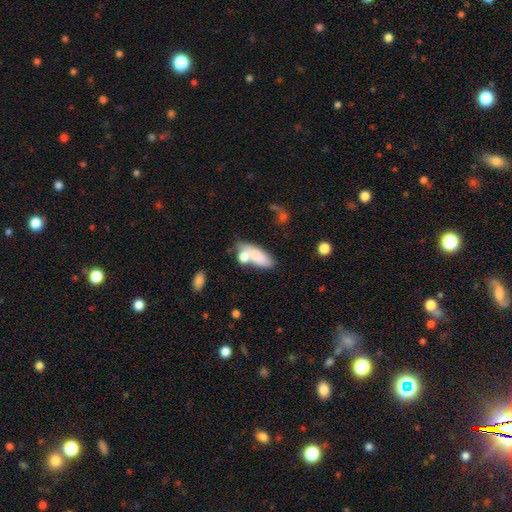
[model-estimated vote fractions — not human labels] Smooth or featured? Predicted: smooth (p=0.76). How rounded? Predicted: in between (p=0.75). Merging? Predicted: none (p=0.45).